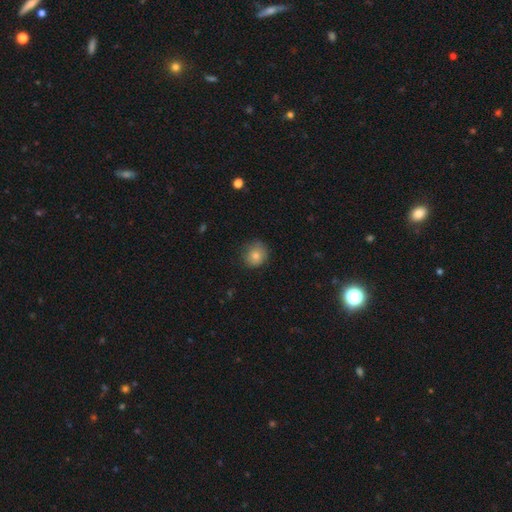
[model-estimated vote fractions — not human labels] A smooth galaxy with no disk features (80%) that is round (83%). Merging: none (75%).